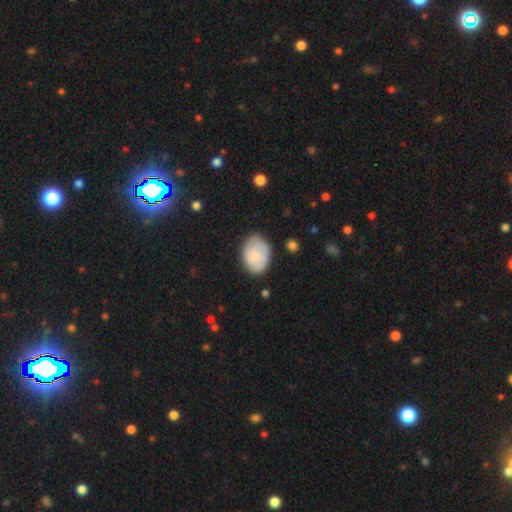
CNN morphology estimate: Q: Smooth or featured?
A: smooth (72%); runner-up: featured or disk (21%)
Q: How rounded?
A: in between (79%); runner-up: round (20%)
Q: Merging?
A: none (70%); runner-up: minor disturbance (23%)